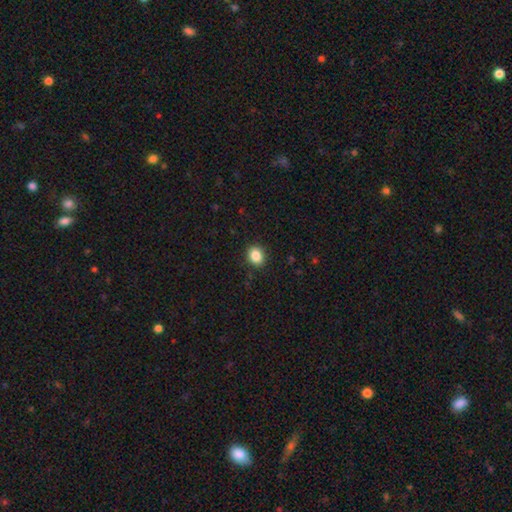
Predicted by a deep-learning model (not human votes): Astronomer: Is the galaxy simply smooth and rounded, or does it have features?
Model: smooth — 86%.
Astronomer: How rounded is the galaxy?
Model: round — 53% (runner-up: in between, 46%).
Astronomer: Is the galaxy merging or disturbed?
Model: none — 90%.